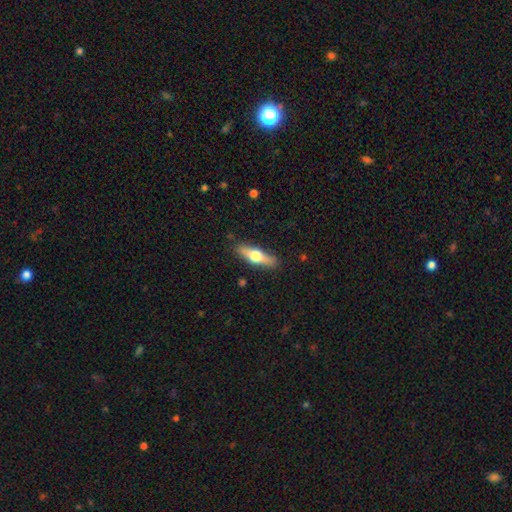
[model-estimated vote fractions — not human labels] Overall: smooth (47%, tied with featured or disk). Merging: none (87%).